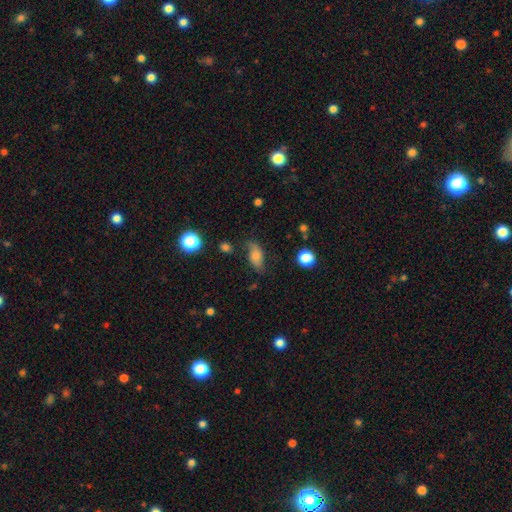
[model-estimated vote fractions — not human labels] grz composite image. It shows a smooth galaxy with no disk features (57%) that is in between round and cigar-shaped (81%). Merging: none (65%).